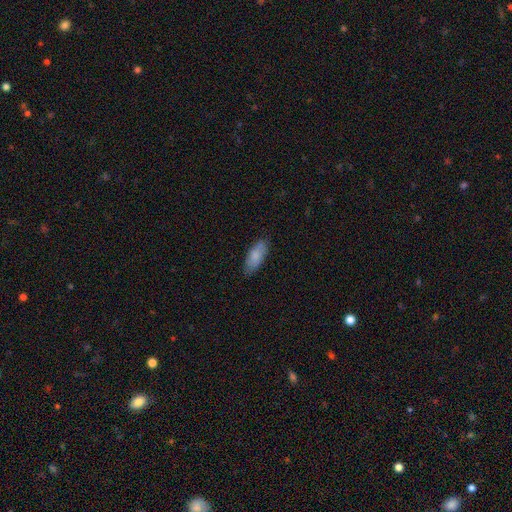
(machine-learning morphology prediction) type=smooth (81%); roundness=in between (81%); merging=none (78%).